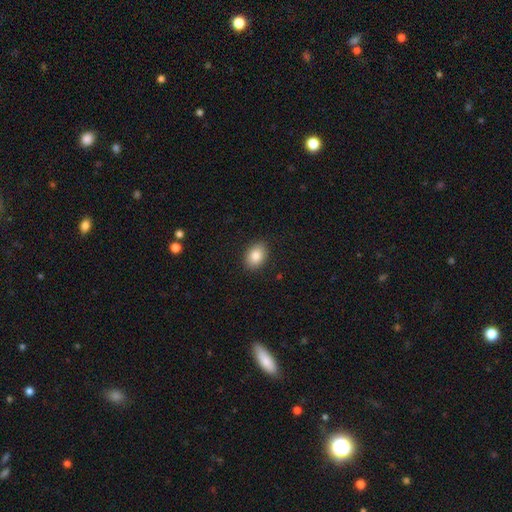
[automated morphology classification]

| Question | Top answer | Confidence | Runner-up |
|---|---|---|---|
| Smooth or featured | smooth | 85% | star or artifact (8%) |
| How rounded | in between | 74% | round (25%) |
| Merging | none | 88% | minor disturbance (8%) |